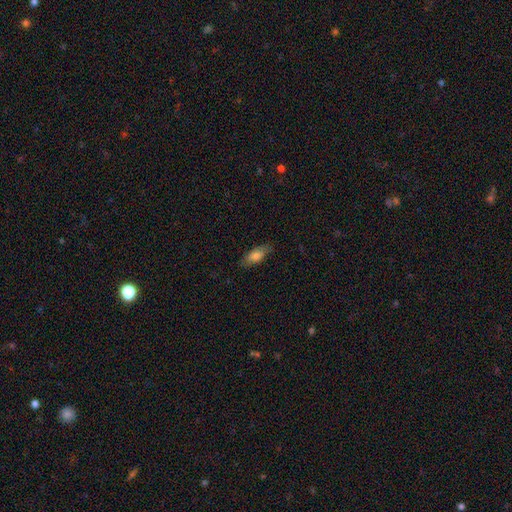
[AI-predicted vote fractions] This appears to be a smooth galaxy with no disk features (74%) that is in between round and cigar-shaped (75%). Merging: none (80%).